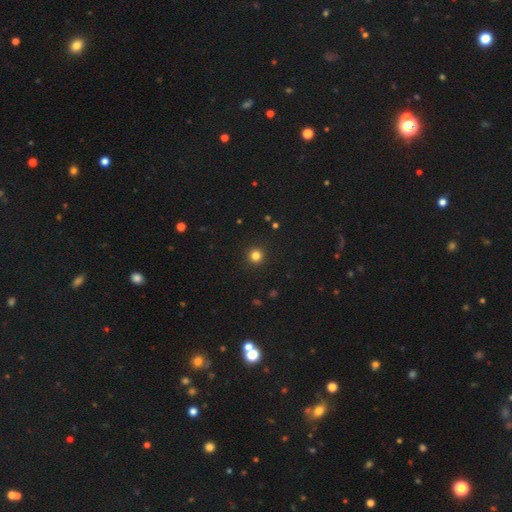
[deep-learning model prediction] A smooth galaxy with no disk features (82%) that is round (95%). Merging: none (93%).